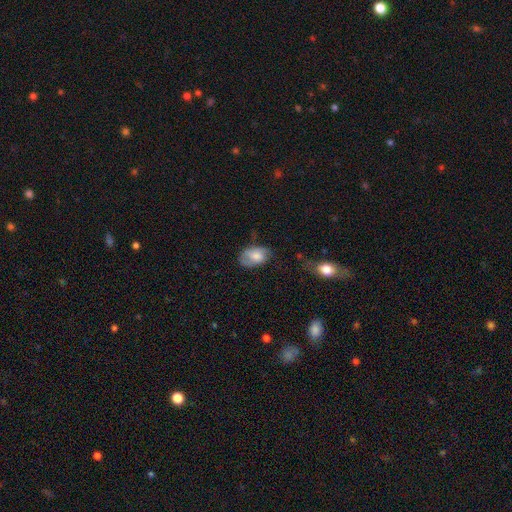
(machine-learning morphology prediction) Smooth or featured: smooth — 67% (featured or disk — 26%)
How rounded: in between — 88% (round — 11%)
Merging: none — 49% (minor disturbance — 34%)